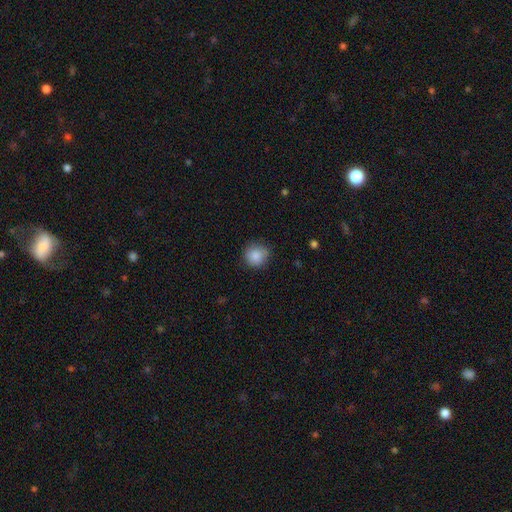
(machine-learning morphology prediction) Smooth or featured? Predicted: smooth (p=0.87). How rounded? Predicted: round (p=0.90). Merging? Predicted: none (p=0.79).